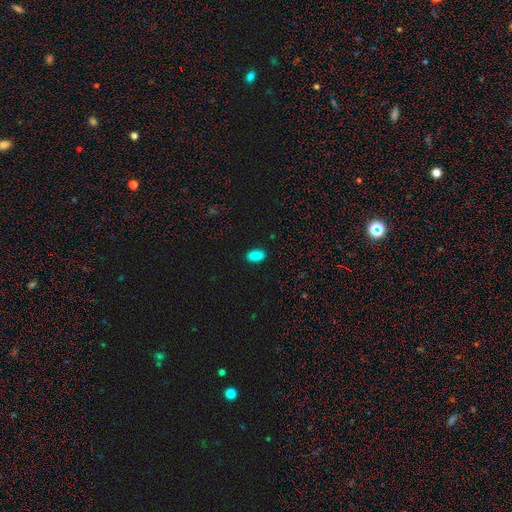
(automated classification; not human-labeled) Q: Smooth or featured?
A: smooth (88%); runner-up: star or artifact (9%)
Q: How rounded?
A: in between (92%); runner-up: cigar-shaped (4%)
Q: Merging?
A: none (90%); runner-up: minor disturbance (7%)